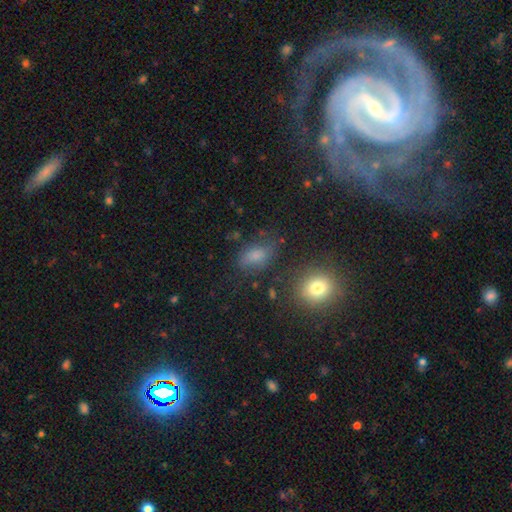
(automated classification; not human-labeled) This appears to be a smooth galaxy with no disk features (71%) that is in between round and cigar-shaped (84%). Merging: none (64%).